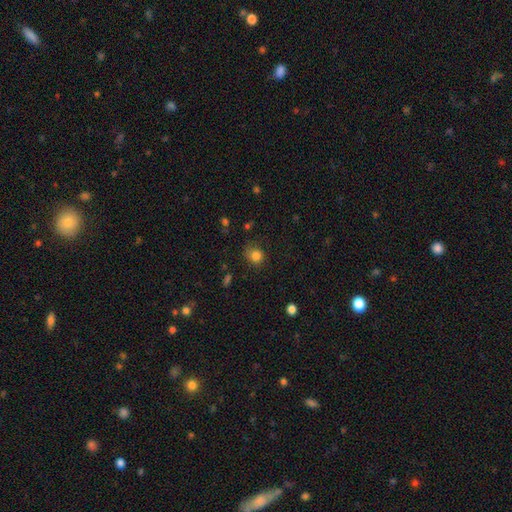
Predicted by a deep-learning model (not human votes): This is clearly a smooth galaxy (81%). How rounded: likely round (73%). Merging: likely none (66%).